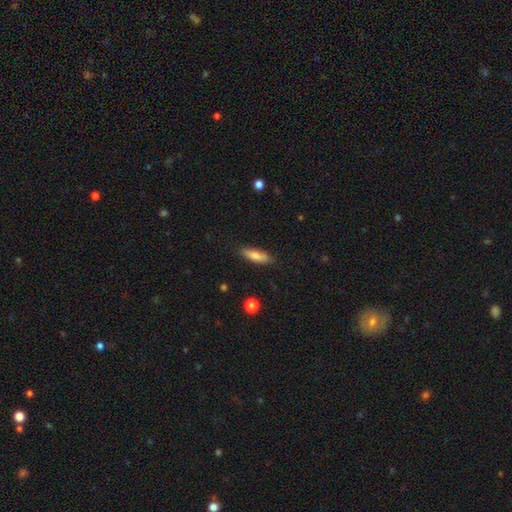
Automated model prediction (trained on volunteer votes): Q: Smooth or featured?
A: smooth (77%); runner-up: featured or disk (16%)
Q: How rounded?
A: cigar-shaped (57%); runner-up: in between (41%)
Q: Merging?
A: none (82%); runner-up: minor disturbance (14%)